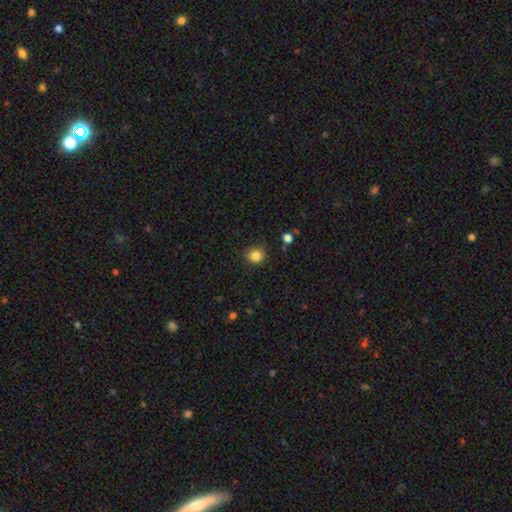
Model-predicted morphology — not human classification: The model was most divided on "smooth or featured": smooth: 83%, star or artifact: 12%, featured or disk: 5%. More confident: how rounded — round (88%); merging — none (85%).